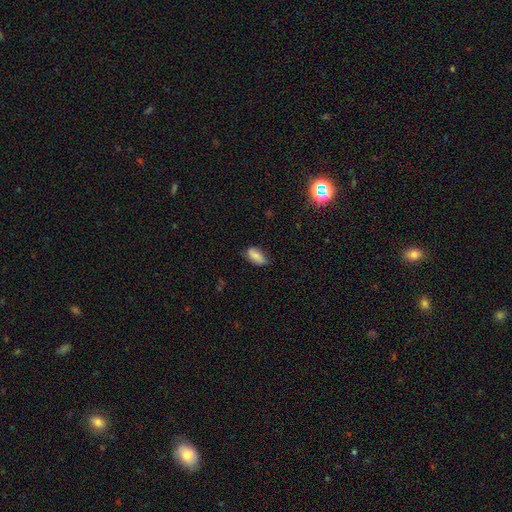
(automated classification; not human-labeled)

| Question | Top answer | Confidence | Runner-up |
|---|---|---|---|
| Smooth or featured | smooth | 81% | featured or disk (11%) |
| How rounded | in between | 90% | cigar-shaped (7%) |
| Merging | none | 70% | minor disturbance (24%) |